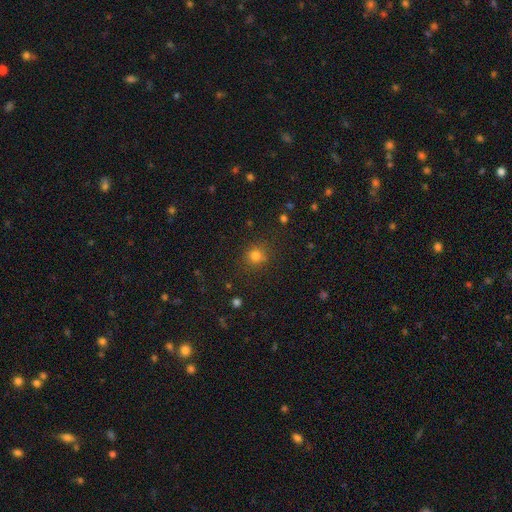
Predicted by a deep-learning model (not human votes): This is likely a smooth galaxy (77%). How rounded: clearly round (85%). Merging: clearly none (81%).